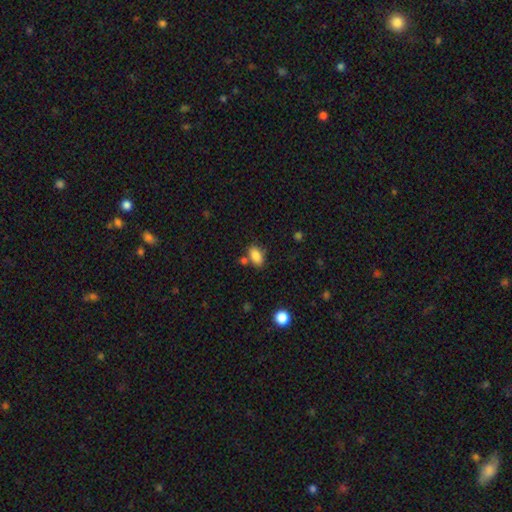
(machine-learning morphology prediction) A smooth galaxy with no disk features (86%) that is in between round and cigar-shaped (89%). Merging: none (69%).